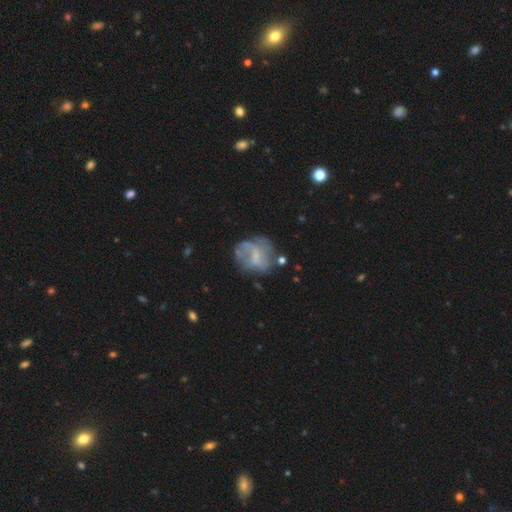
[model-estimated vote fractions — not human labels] This appears to be a featured or disk galaxy (54%) with a weak bar (43%), no spiral arms (57%) and a small central bulge (38%). Merging: none (47%).